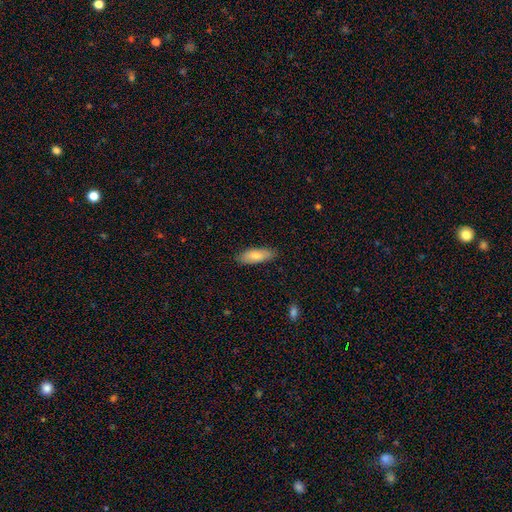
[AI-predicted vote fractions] The model was most divided on "how rounded": in between: 68%, cigar-shaped: 30%, round: 2%. More confident: merging — none (86%); smooth or featured — smooth (80%).